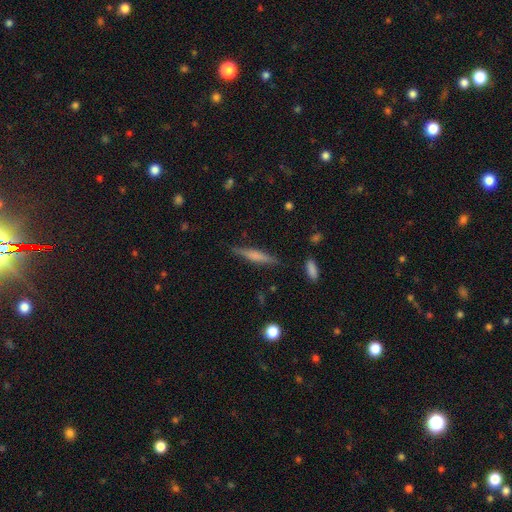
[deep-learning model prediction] Morphology: type=smooth (49%); merging=none (84%).